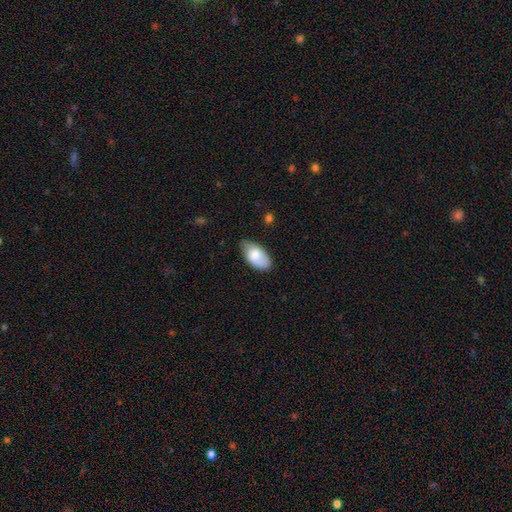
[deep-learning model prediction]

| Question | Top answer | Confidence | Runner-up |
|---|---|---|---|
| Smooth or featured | smooth | 78% | featured or disk (16%) |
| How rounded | in between | 95% | round (3%) |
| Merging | none | 63% | minor disturbance (30%) |